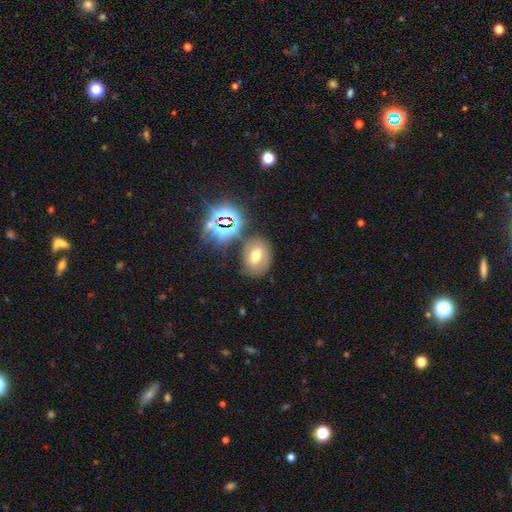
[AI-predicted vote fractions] smooth 48%, featured or disk 29%, star or artifact 23%. Down the decision tree: merging — none (68%).